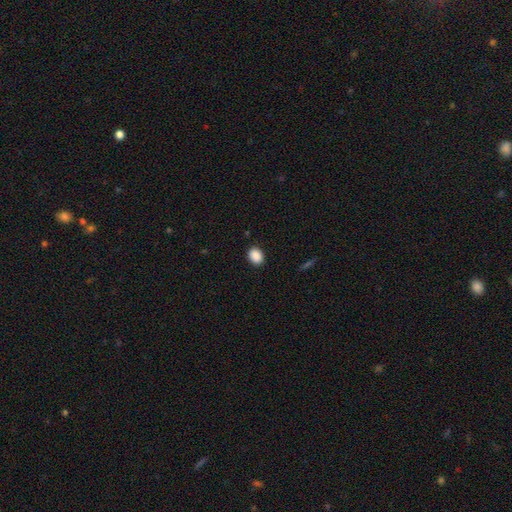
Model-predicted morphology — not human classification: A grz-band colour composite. It shows a smooth galaxy with no disk features (89%) that is in between round and cigar-shaped (64%). Merging: none (90%).